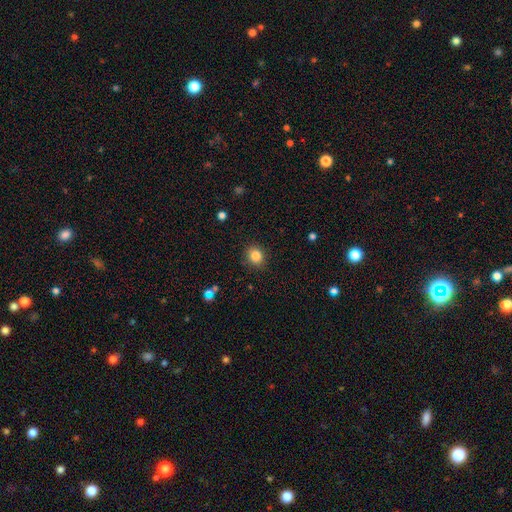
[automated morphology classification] A smooth galaxy with no disk features (83%) that is round (71%).

Vote fractions:
- Smooth or featured? smooth: 83% / star or artifact: 11% / featured or disk: 6%
- How rounded? round: 71% / in between: 28% / cigar-shaped: 1%
- Merging? none: 88% / minor disturbance: 8% / major disturbance: 2% / merger: 1%